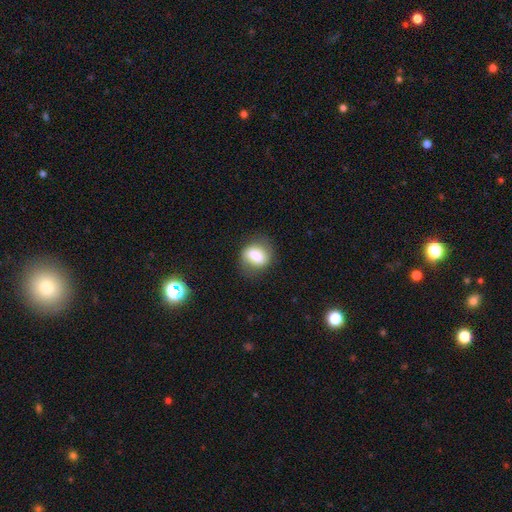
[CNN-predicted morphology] type=smooth (76%); roundness=in between (56%); merging=none (71%).